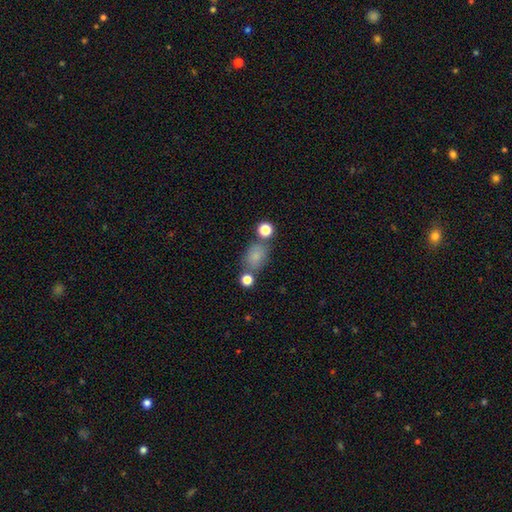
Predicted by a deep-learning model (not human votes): Smooth or featured?
  - smooth: 77% *
  - star or artifact: 14%
  - featured or disk: 9%
How rounded?
  - in between: 68% *
  - round: 30%
  - cigar-shaped: 2%
Merging?
  - none: 64% *
  - minor disturbance: 16%
  - merger: 14%
  - major disturbance: 6%